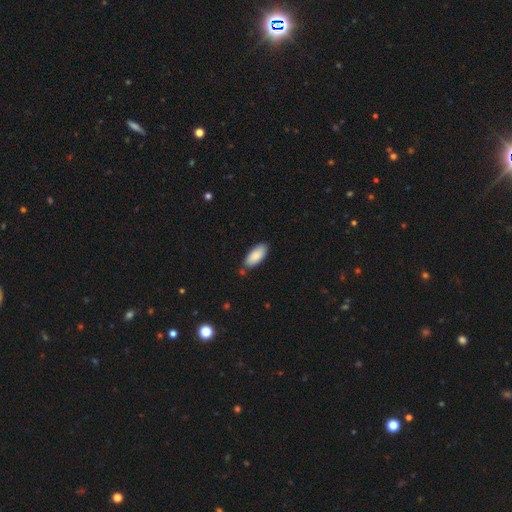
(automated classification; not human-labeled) This is clearly a smooth galaxy (87%). How rounded: clearly in between (88%). Merging: likely none (79%).